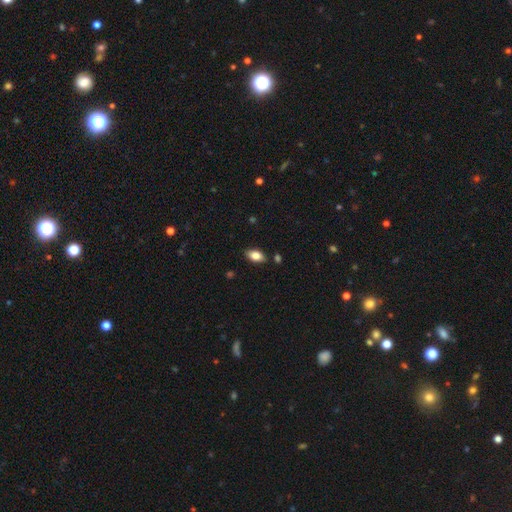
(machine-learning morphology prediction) Smooth or featured?
  - smooth: 82% *
  - featured or disk: 10%
  - star or artifact: 8%
How rounded?
  - in between: 91% *
  - round: 5%
  - cigar-shaped: 4%
Merging?
  - none: 84% *
  - minor disturbance: 11%
  - merger: 2%
  - major disturbance: 2%